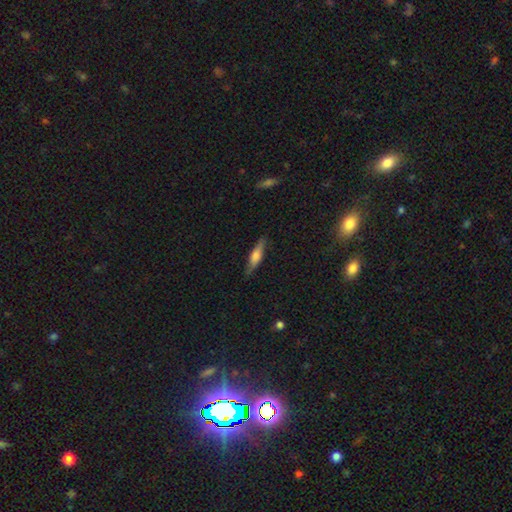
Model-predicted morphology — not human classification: Smooth or featured? smooth (57%)
How rounded? cigar-shaped (72%)
Merging? none (82%)